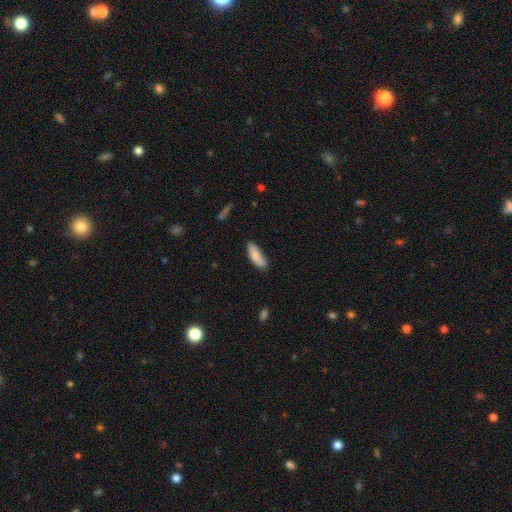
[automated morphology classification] Smooth or featured? Predicted: smooth (p=0.84). How rounded? Predicted: in between (p=0.61). Merging? Predicted: none (p=0.71).